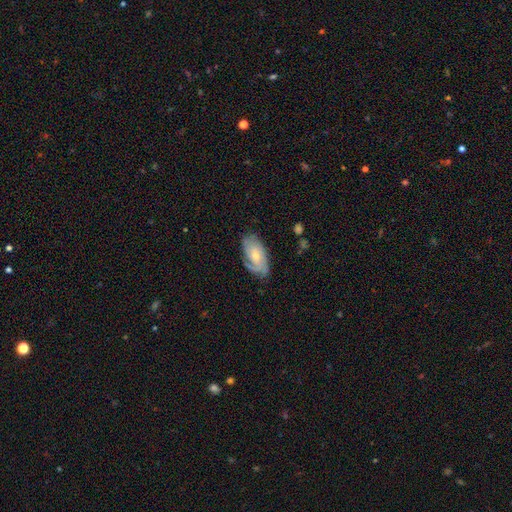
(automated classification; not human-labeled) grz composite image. It shows a featured or disk galaxy (69%) with no bar (70%), tight (58%) spiral arms (91%) and a small central bulge (52%). Merging: none (71%).